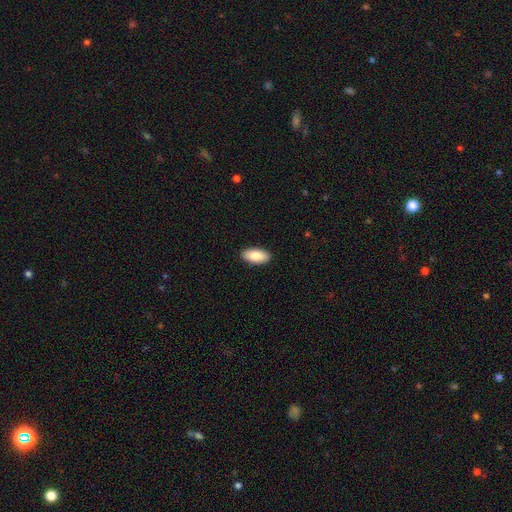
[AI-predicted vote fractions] Smooth or featured? Predicted: smooth (p=0.88). How rounded? Predicted: in between (p=0.92). Merging? Predicted: none (p=0.91).